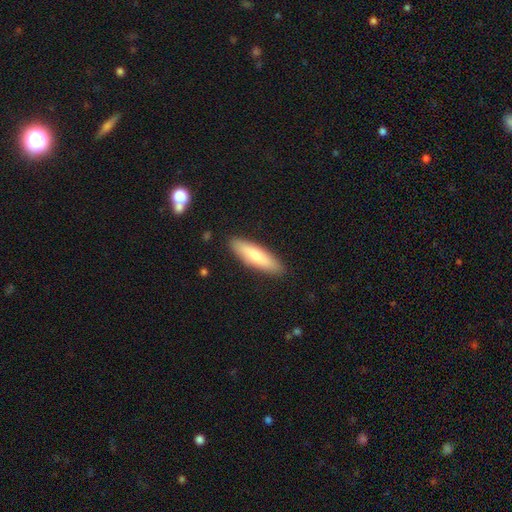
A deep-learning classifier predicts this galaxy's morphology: Smooth or featured? smooth (72%)
How rounded? cigar-shaped (64%)
Merging? none (88%)